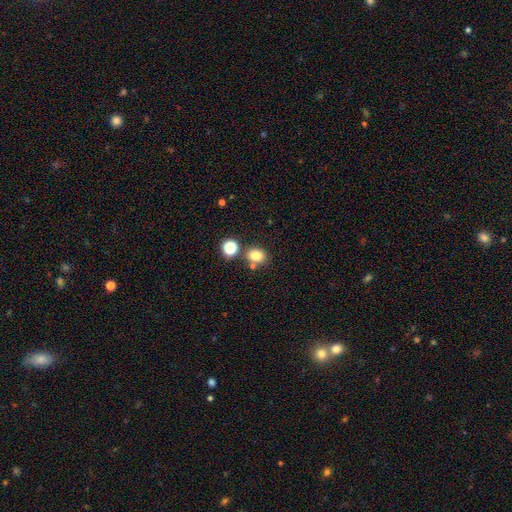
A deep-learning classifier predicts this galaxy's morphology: smooth-or-featured: smooth: 79% | star or artifact: 14% | featured or disk: 8%
  how-rounded: round: 63% | in between: 36% | cigar-shaped: 1%
  merging: none: 71% | merger: 16% | minor disturbance: 10% | major disturbance: 3%